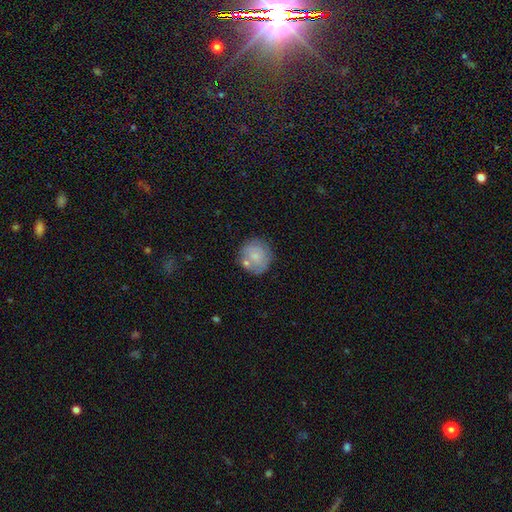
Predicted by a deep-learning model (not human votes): smooth_or_featured: smooth (p=0.68) [alt: featured or disk p=0.24]
how_rounded: round (p=0.87) [alt: in between p=0.12]
merging: none (p=0.64) [alt: minor disturbance p=0.17]